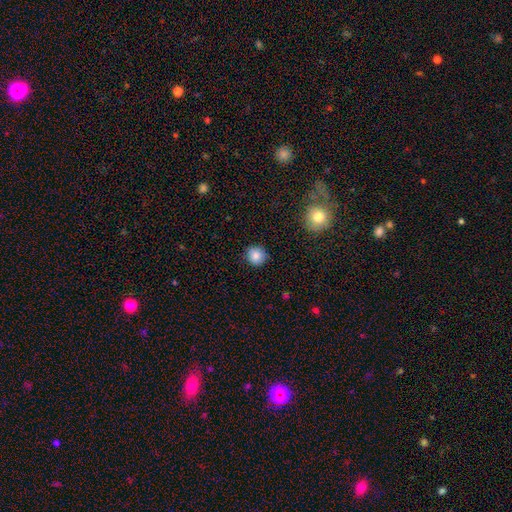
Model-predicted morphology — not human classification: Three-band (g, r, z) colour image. It shows a smooth galaxy with no disk features (84%) that is round (91%). Merging: none (87%).